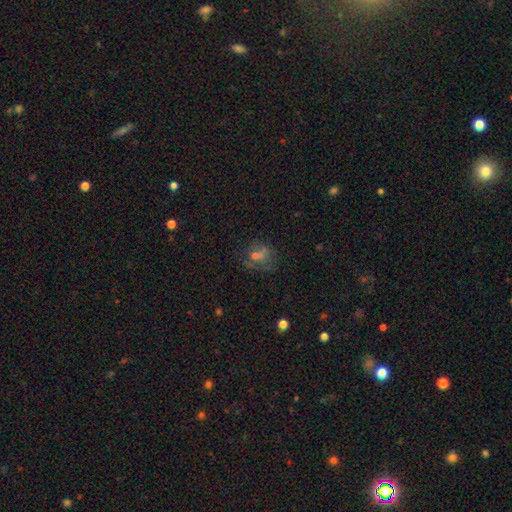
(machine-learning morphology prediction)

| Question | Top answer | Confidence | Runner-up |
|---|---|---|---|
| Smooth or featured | smooth | 42% | star or artifact (31%) |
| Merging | none | 51% | major disturbance (21%) |